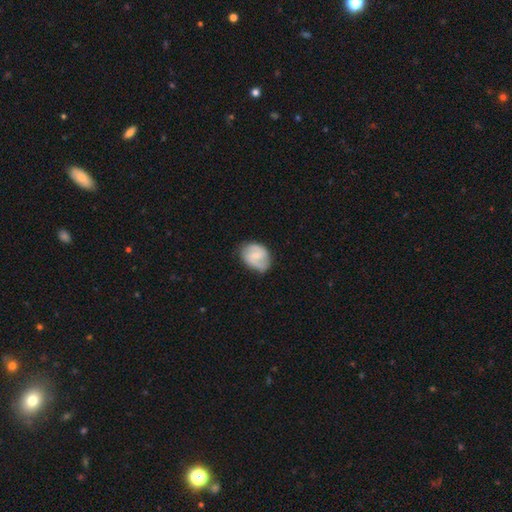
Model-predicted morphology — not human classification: This appears to be a featured or disk galaxy (60%) with a weak bar (51%), 2 (78%) medium (47%) spiral arms (87%) and a small central bulge (59%). Merging: none (66%).